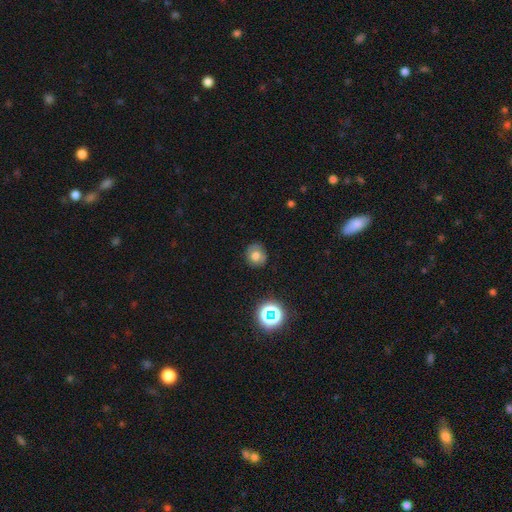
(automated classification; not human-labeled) smooth_or_featured: smooth (p=0.67) [alt: featured or disk p=0.17]
how_rounded: round (p=0.83) [alt: in between p=0.16]
merging: none (p=0.83) [alt: minor disturbance p=0.13]